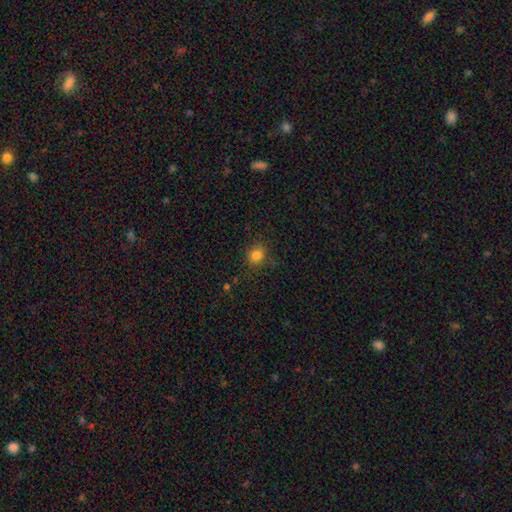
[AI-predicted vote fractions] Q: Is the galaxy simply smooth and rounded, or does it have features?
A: smooth — 81%.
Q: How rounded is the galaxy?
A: round — 79%.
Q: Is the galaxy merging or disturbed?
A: none — 84%.